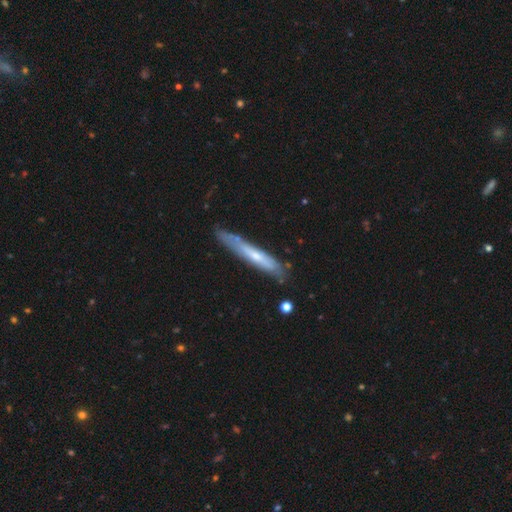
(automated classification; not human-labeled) The model was most divided on "smooth or featured": featured or disk: 55%, smooth: 39%, star or artifact: 6%. More confident: edge-on disk — yes (77%); merging — none (72%).